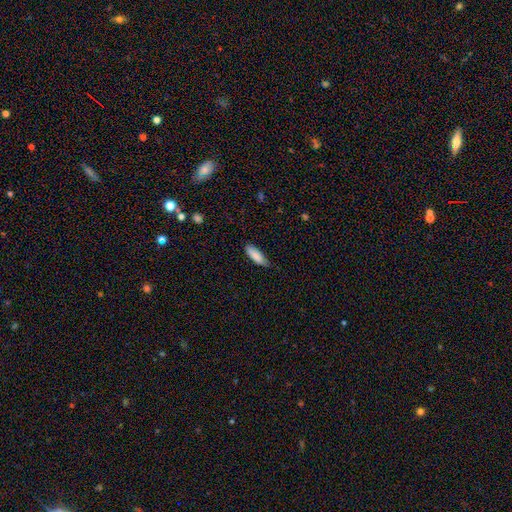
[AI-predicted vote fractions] smooth_or_featured: smooth (p=0.88) [alt: star or artifact p=0.06]
how_rounded: in between (p=0.62) [alt: cigar-shaped p=0.37]
merging: none (p=0.64) [alt: minor disturbance p=0.31]